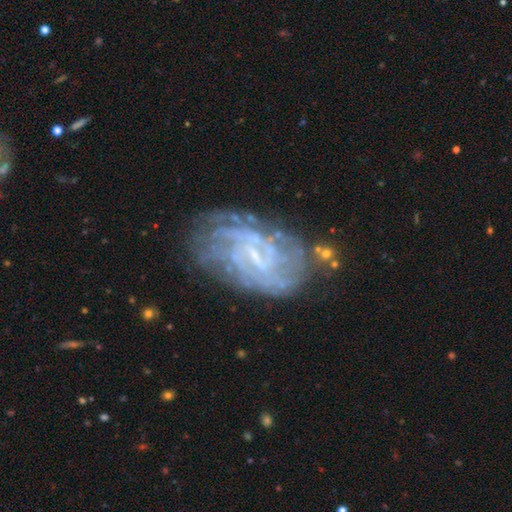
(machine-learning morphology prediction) Smooth or featured: featured or disk — 83% (smooth — 9%)
Edge-on disk: no — 97% (yes — 3%)
Bar: weak — 54% (no — 27%)
Spiral arms: yes — 90% (no — 10%)
Spiral winding: tight — 61% (medium — 29%)
Spiral arm count: can't tell — 45% (2 — 16%)
Bulge size: small — 64% (none — 20%)
Merging: none — 67% (minor disturbance — 20%)